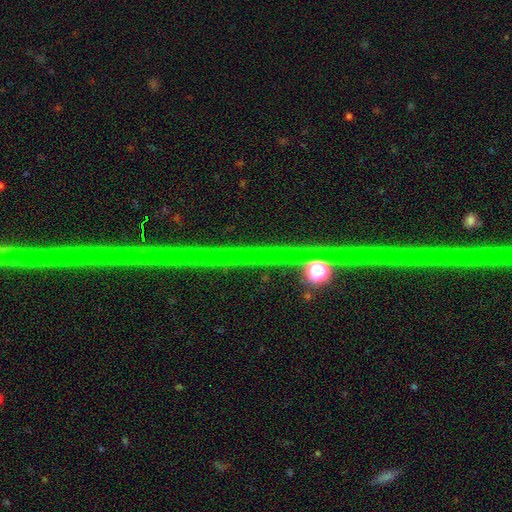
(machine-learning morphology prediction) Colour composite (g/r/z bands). It shows a star or artifact, not a galaxy (82%).